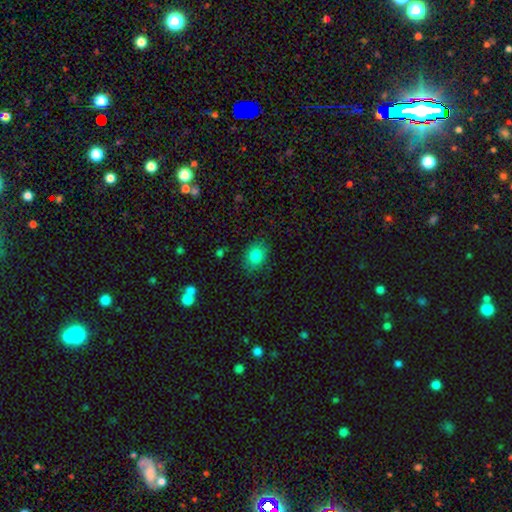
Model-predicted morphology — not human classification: smooth_or_featured: smooth (p=0.83) [alt: star or artifact p=0.09]
how_rounded: in between (p=0.69) [alt: round p=0.30]
merging: none (p=0.82) [alt: minor disturbance p=0.13]